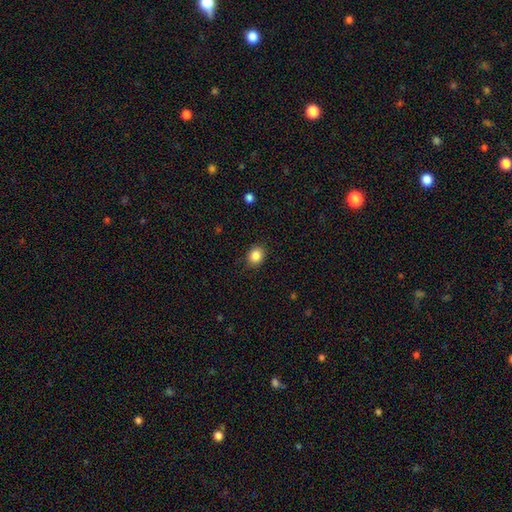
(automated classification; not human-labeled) Smooth or featured?
  - smooth: 86% *
  - star or artifact: 10%
  - featured or disk: 5%
How rounded?
  - round: 64% *
  - in between: 35%
  - cigar-shaped: 1%
Merging?
  - none: 88% *
  - minor disturbance: 9%
  - major disturbance: 2%
  - merger: 1%